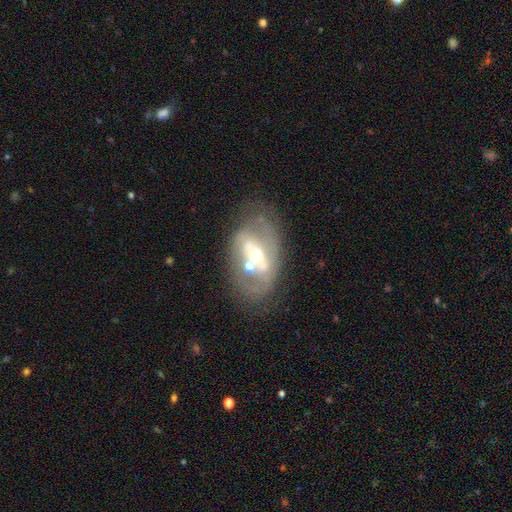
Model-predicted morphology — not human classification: type=featured or disk (74%); edge-on=no (94%); bar=no (38%); spiral arms=yes (52%); bulge=moderate (67%); merging=none (53%).